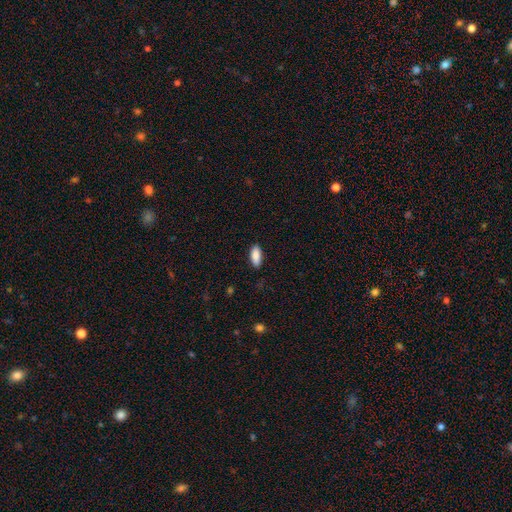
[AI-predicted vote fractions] smooth 88%, star or artifact 6%, featured or disk 6%. Down the decision tree: how rounded — in between (81%); merging — none (88%).